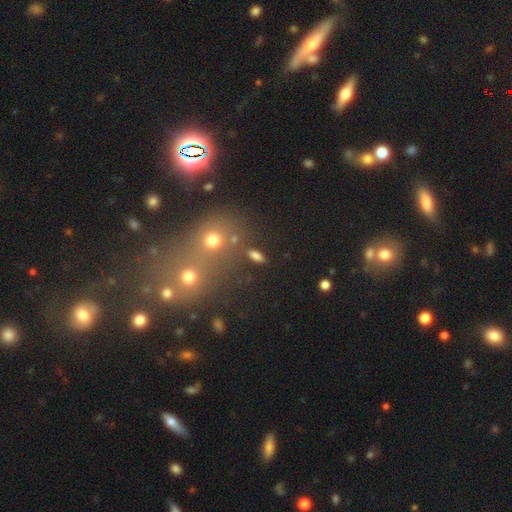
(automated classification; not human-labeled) Smooth or featured? smooth (76%)
How rounded? in between (69%)
Merging? none (82%)